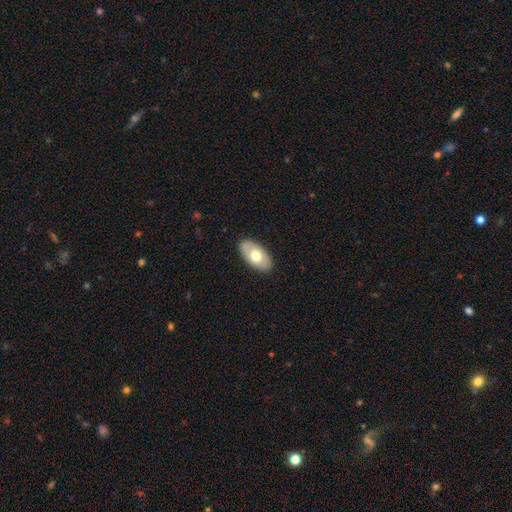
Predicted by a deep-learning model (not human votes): smooth-or-featured: smooth: 60% | featured or disk: 35% | star or artifact: 5%
  how-rounded: in between: 94% | round: 4% | cigar-shaped: 2%
  merging: none: 87% | minor disturbance: 10% | major disturbance: 2% | merger: 1%